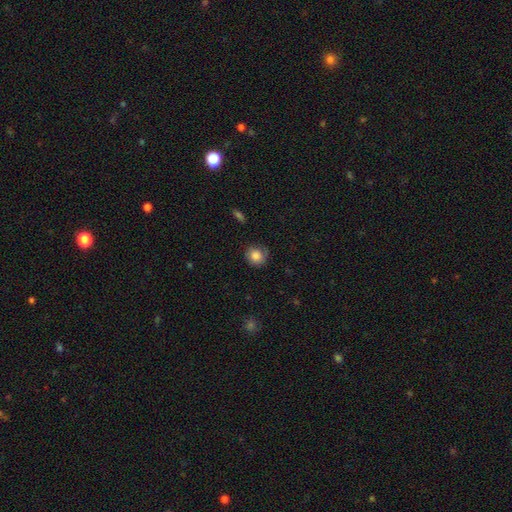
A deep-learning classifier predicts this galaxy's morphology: Overall: smooth (81%). How rounded: round (83%). Merging: none (72%).